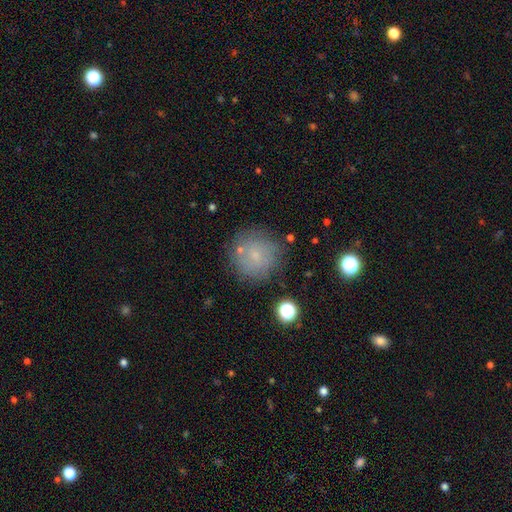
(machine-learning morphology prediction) A smooth galaxy with no disk features (62%) that is round (94%).

Vote fractions:
- Smooth or featured? smooth: 62% / featured or disk: 24% / star or artifact: 13%
- How rounded? round: 94% / in between: 5% / cigar-shaped: 1%
- Merging? none: 77% / minor disturbance: 14% / major disturbance: 5% / merger: 4%